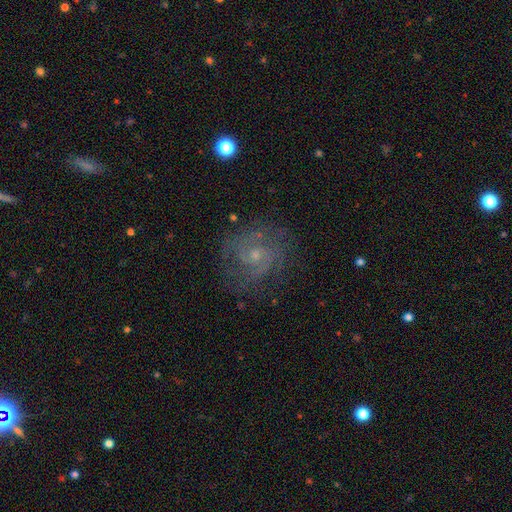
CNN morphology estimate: A featured or disk galaxy (78%) with no bar (65%), 2 (51%) tight (46%) spiral arms (93%) and a small central bulge (65%). Merging: none (74%).